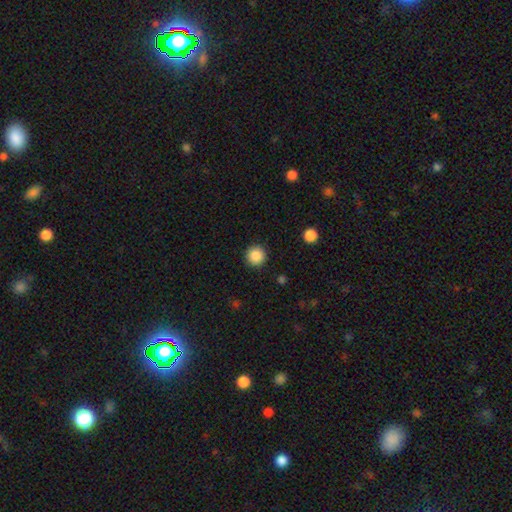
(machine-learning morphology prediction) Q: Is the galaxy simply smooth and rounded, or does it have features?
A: smooth — 88%.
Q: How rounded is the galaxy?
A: round — 96%.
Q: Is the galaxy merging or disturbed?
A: none — 92%.